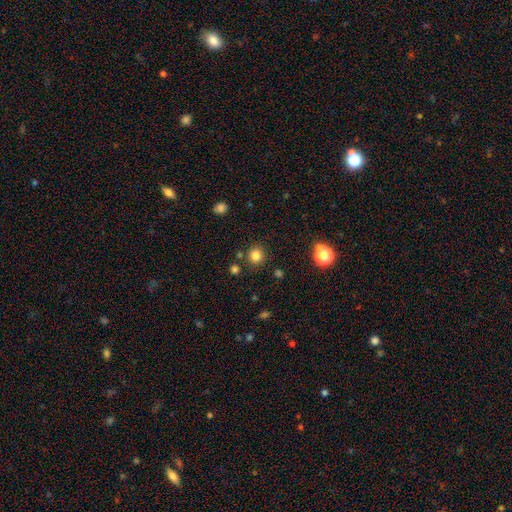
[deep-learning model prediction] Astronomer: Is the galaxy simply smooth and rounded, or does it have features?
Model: smooth — 81%.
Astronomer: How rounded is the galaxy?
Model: round — 89%.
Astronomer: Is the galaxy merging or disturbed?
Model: none — 85%.